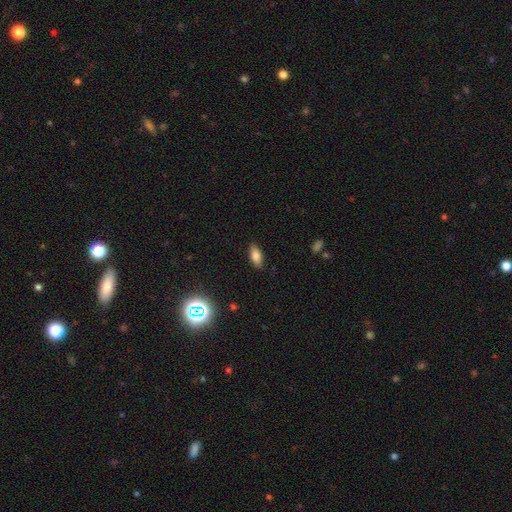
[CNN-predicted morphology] Smooth or featured? Predicted: smooth (p=0.81). How rounded? Predicted: in between (p=0.87). Merging? Predicted: none (p=0.88).